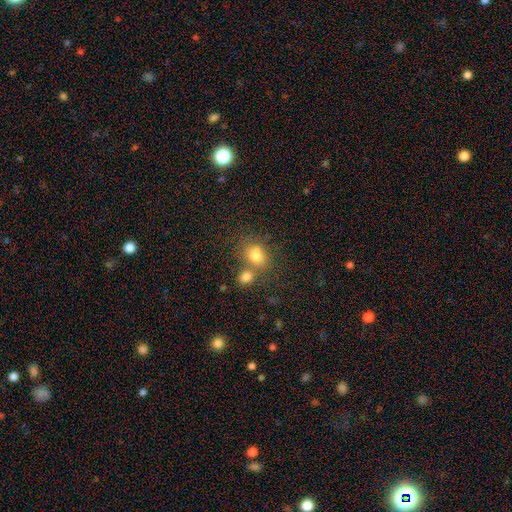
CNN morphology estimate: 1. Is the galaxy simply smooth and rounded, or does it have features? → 78% smooth, 12% star or artifact, 11% featured or disk.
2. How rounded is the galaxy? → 58% in between, 40% round, 1% cigar-shaped.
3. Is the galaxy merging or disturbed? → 46% none, 36% merger, 13% minor disturbance, 5% major disturbance.